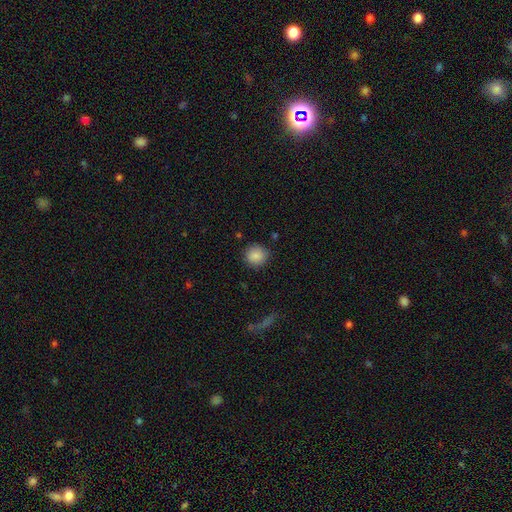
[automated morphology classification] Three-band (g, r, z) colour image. It shows a smooth galaxy with no disk features (87%) that is round (89%). Merging: none (86%).